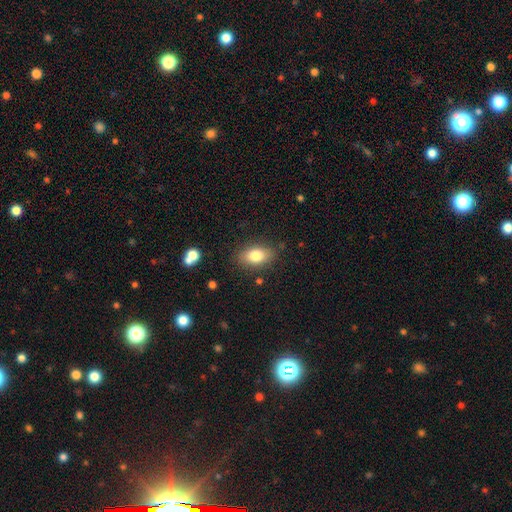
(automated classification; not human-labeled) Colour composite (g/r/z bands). It shows a smooth galaxy with no disk features (80%) that is in between round and cigar-shaped (87%). Merging: none (83%).